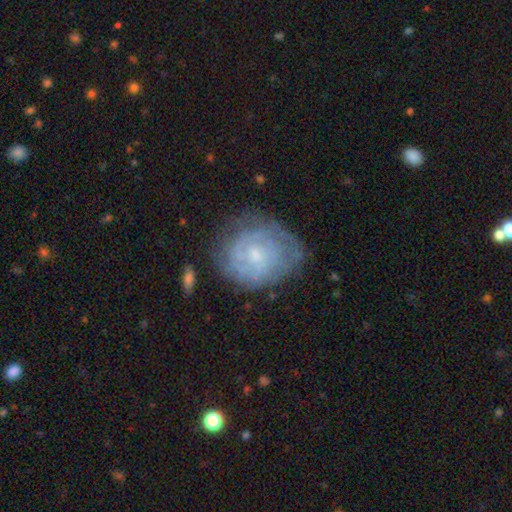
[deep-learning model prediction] Smooth or featured: featured or disk — 66% (smooth — 26%)
Edge-on disk: no — 97% (yes — 3%)
Bar: no — 71% (weak — 26%)
Spiral arms: yes — 77% (no — 23%)
Bulge size: small — 67% (moderate — 25%)
Merging: none — 65% (minor disturbance — 23%)